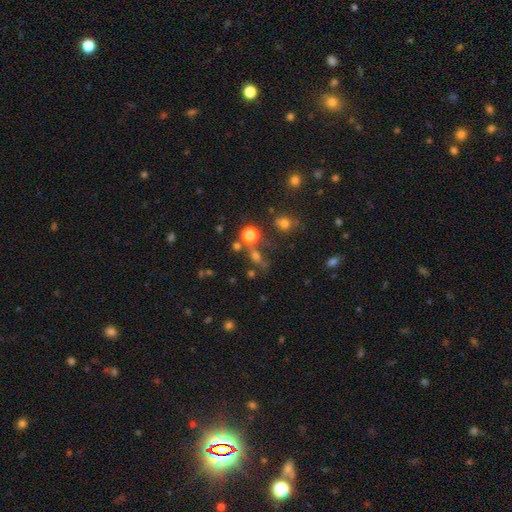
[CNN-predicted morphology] smooth_or_featured: smooth (p=0.51) [alt: star or artifact p=0.32]
how_rounded: round (p=0.61) [alt: in between p=0.29]
merging: none (p=0.58) [alt: merger p=0.21]